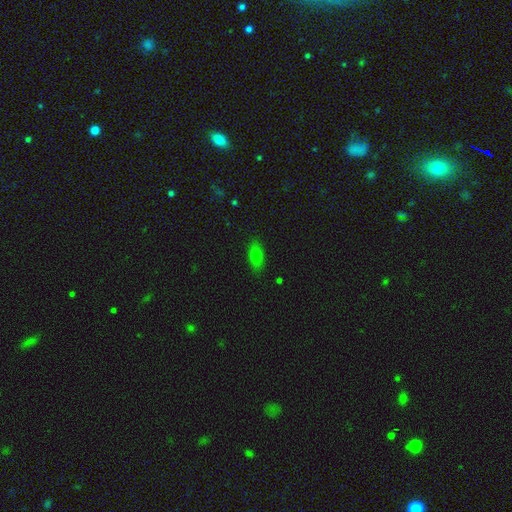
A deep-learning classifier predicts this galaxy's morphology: The model was most divided on "smooth or featured": smooth: 73%, featured or disk: 16%, star or artifact: 12%. More confident: merging — none (86%); how rounded — in between (80%).